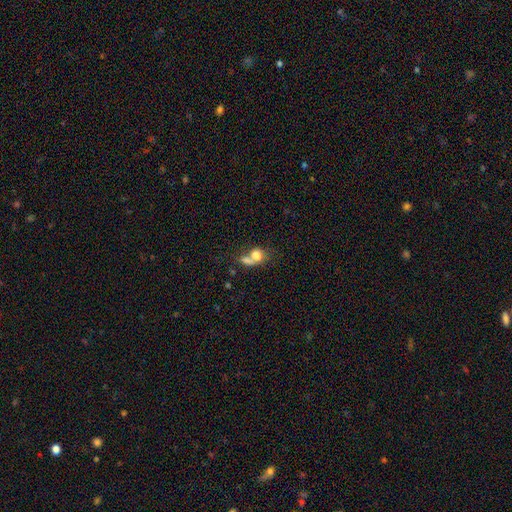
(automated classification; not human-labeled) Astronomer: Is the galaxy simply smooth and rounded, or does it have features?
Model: smooth — 69%.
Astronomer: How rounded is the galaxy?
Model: in between — 56% (runner-up: round, 41%).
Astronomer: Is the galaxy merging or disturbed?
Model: merger — 63%.